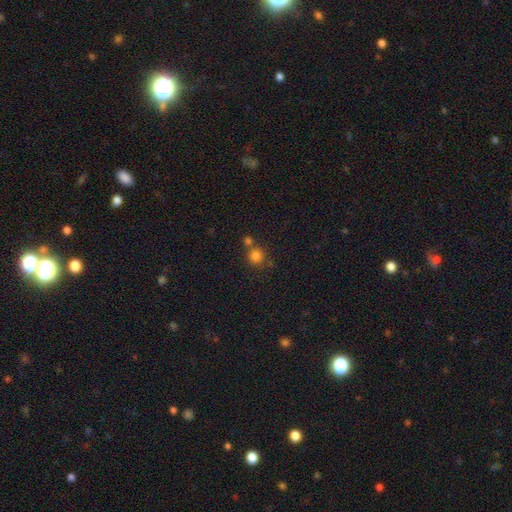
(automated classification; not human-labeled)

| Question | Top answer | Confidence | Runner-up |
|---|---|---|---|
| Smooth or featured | smooth | 80% | star or artifact (14%) |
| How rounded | round | 91% | in between (8%) |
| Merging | none | 62% | merger (27%) |